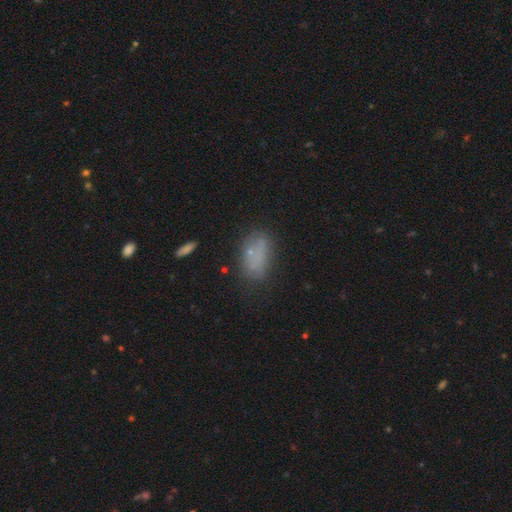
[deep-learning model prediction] Smooth or featured? Predicted: smooth (p=0.64). How rounded? Predicted: in between (p=0.85). Merging? Predicted: none (p=0.59).